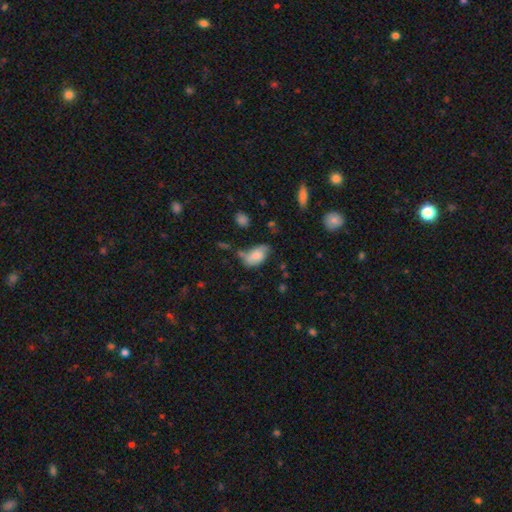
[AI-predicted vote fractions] Morphology: type=smooth (75%); roundness=in between (92%); merging=none (41%).